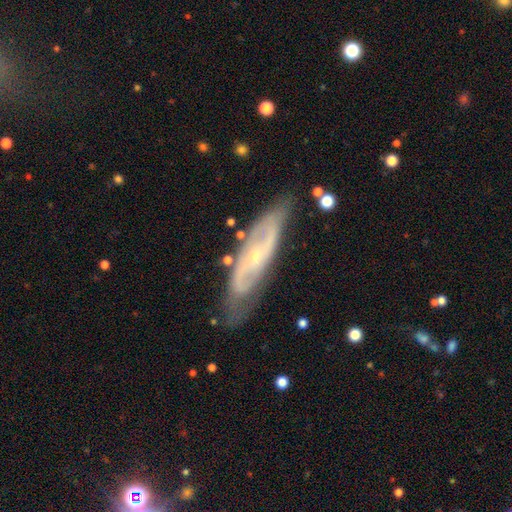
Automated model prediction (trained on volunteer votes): Smooth or featured? Predicted: featured or disk (p=0.80). Edge-on disk? Predicted: no (p=0.79). Bar? Predicted: no (p=0.63). Spiral arms? Predicted: yes (p=0.86). Spiral winding? Predicted: tight (p=0.42). Spiral arm count? Predicted: 2 (p=0.61). Bulge size? Predicted: small (p=0.77). Merging? Predicted: none (p=0.74).